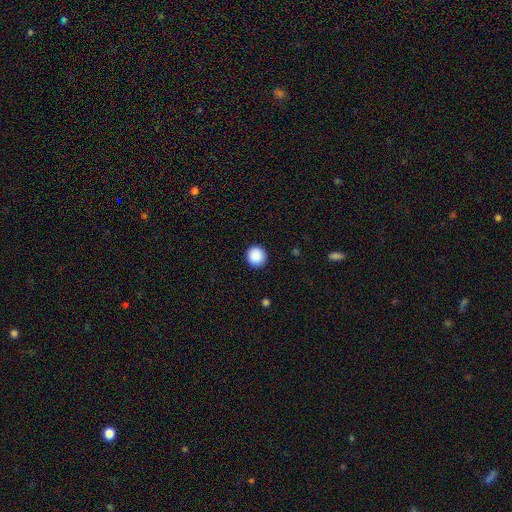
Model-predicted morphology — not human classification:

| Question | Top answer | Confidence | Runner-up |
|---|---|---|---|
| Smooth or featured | smooth | 89% | star or artifact (9%) |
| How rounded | round | 95% | in between (4%) |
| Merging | none | 92% | minor disturbance (5%) |